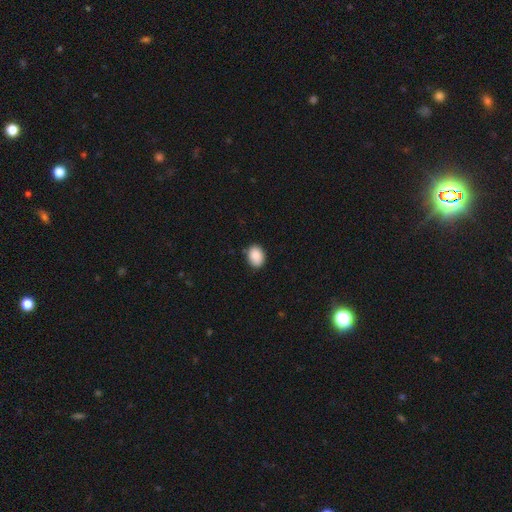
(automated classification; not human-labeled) Smooth or featured: smooth — 89% (star or artifact — 7%)
How rounded: in between — 70% (round — 29%)
Merging: none — 85% (minor disturbance — 12%)